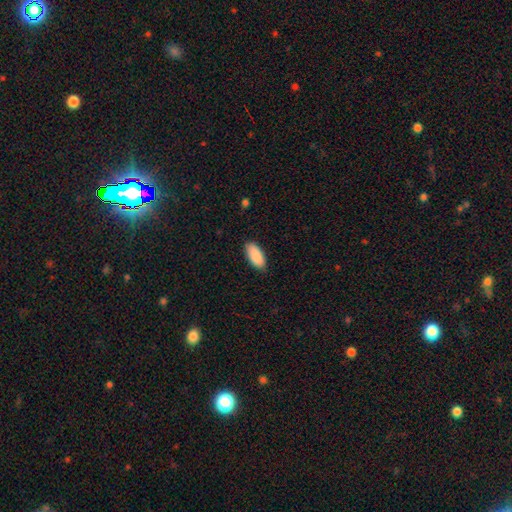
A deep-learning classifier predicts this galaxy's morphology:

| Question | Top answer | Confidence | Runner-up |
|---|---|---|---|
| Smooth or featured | smooth | 90% | star or artifact (6%) |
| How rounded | in between | 89% | cigar-shaped (10%) |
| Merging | none | 87% | minor disturbance (10%) |